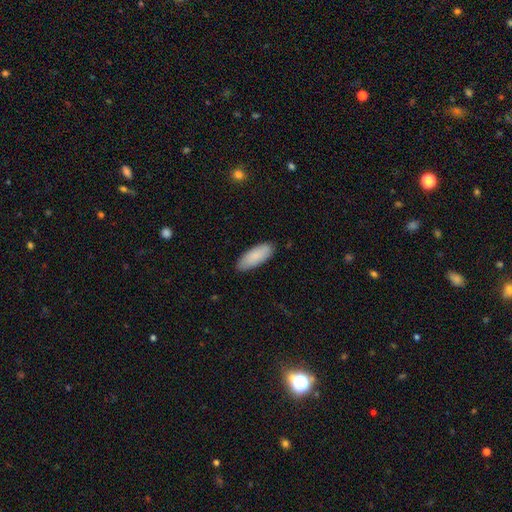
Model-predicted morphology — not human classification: Q: Smooth or featured?
A: smooth (88%); runner-up: featured or disk (7%)
Q: How rounded?
A: in between (77%); runner-up: cigar-shaped (21%)
Q: Merging?
A: none (86%); runner-up: minor disturbance (11%)